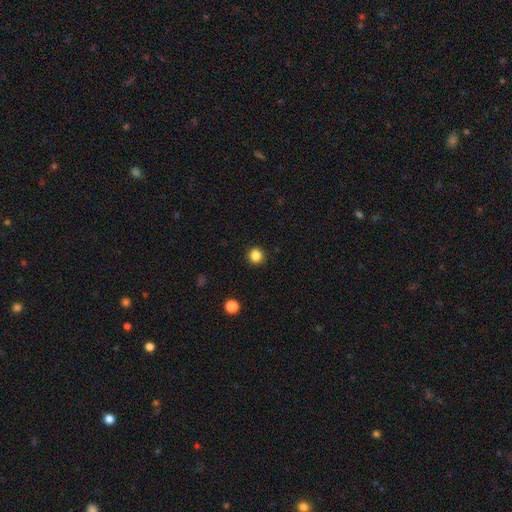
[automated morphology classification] Smooth or featured? smooth (84%)
How rounded? round (94%)
Merging? none (92%)